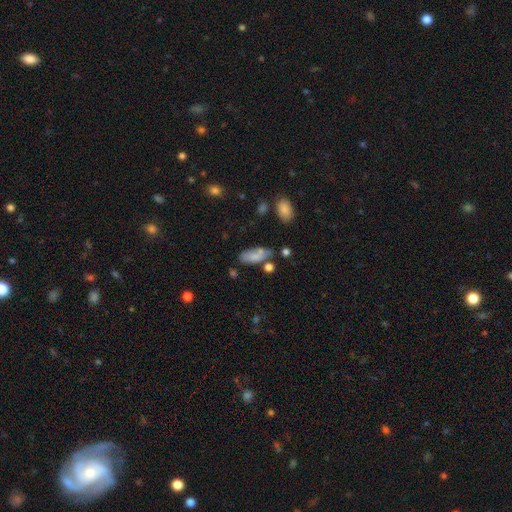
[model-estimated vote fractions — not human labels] A smooth galaxy with no disk features (77%) that is in between round and cigar-shaped (79%).

Vote fractions:
- Smooth or featured? smooth: 77% / featured or disk: 15% / star or artifact: 8%
- How rounded? in between: 79% / cigar-shaped: 18% / round: 3%
- Merging? none: 58% / minor disturbance: 23% / merger: 12% / major disturbance: 7%